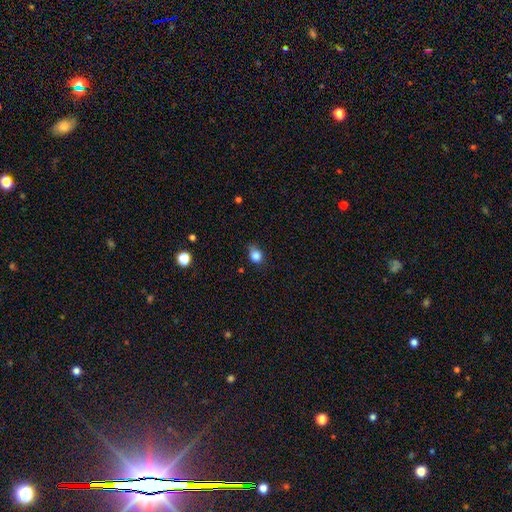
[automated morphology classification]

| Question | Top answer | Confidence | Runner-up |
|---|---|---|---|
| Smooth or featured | smooth | 84% | star or artifact (11%) |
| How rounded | round | 62% | in between (37%) |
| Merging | none | 54% | minor disturbance (35%) |